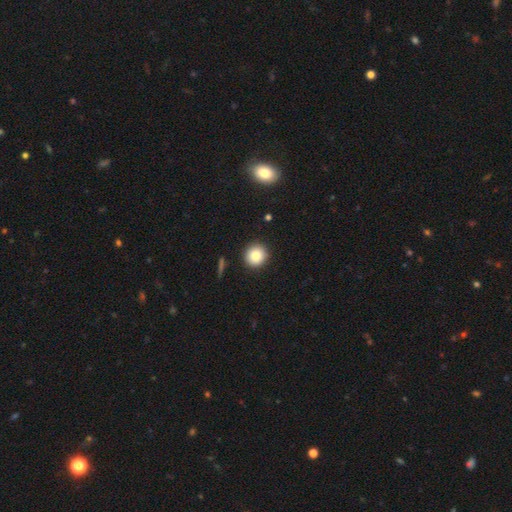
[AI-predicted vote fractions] Q: Smooth or featured?
A: smooth (82%); runner-up: star or artifact (10%)
Q: How rounded?
A: round (94%); runner-up: in between (5%)
Q: Merging?
A: none (91%); runner-up: minor disturbance (6%)